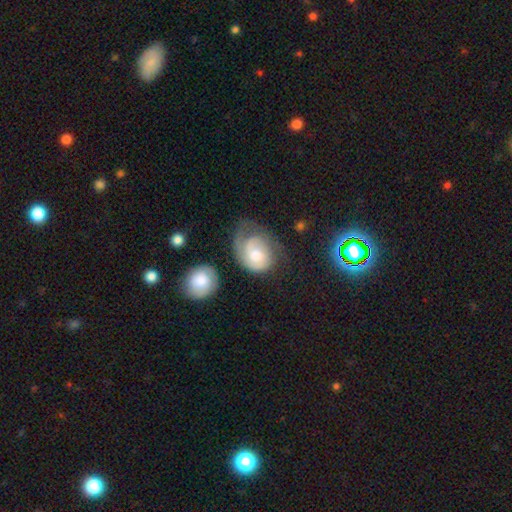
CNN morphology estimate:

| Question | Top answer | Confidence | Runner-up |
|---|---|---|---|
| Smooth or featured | featured or disk | 65% | smooth (28%) |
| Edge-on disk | no | 97% | yes (3%) |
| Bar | no | 70% | weak (27%) |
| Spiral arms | yes | 89% | no (11%) |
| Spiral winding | tight | 48% | medium (35%) |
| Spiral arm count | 1 | 47% | 2 (32%) |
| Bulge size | moderate | 63% | small (20%) |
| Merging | none | 42% | major disturbance (28%) |